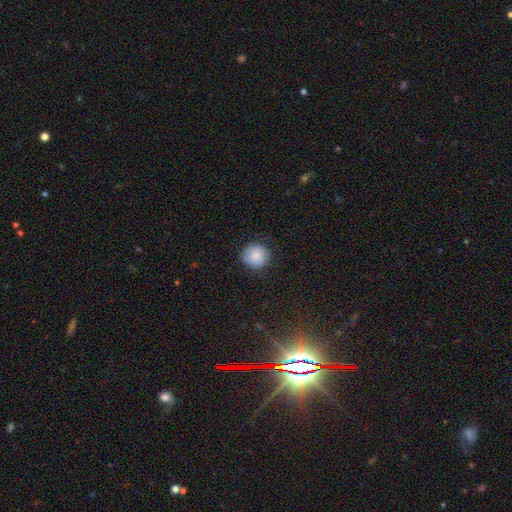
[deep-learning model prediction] smooth-or-featured: smooth: 85% | star or artifact: 8% | featured or disk: 7%
  how-rounded: round: 92% | in between: 7% | cigar-shaped: 1%
  merging: none: 85% | minor disturbance: 12% | major disturbance: 3% | merger: 1%